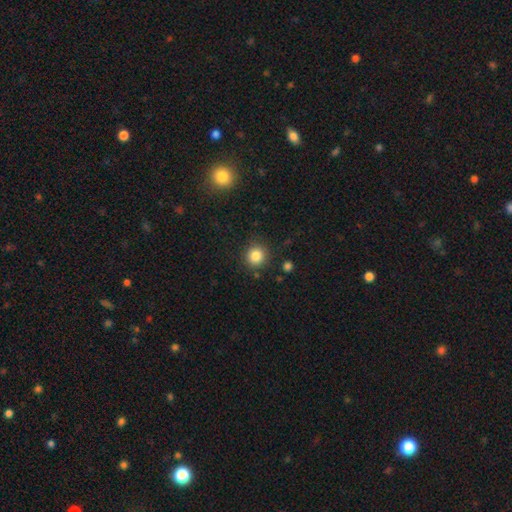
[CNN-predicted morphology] This is clearly a smooth galaxy (85%). How rounded: clearly round (90%). Merging: clearly none (87%).